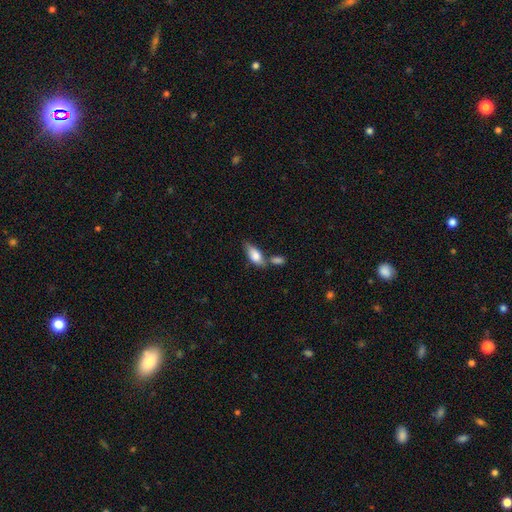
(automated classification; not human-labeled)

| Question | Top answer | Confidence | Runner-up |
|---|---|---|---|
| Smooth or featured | smooth | 78% | featured or disk (16%) |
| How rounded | in between | 83% | cigar-shaped (14%) |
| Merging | none | 43% | merger (34%) |